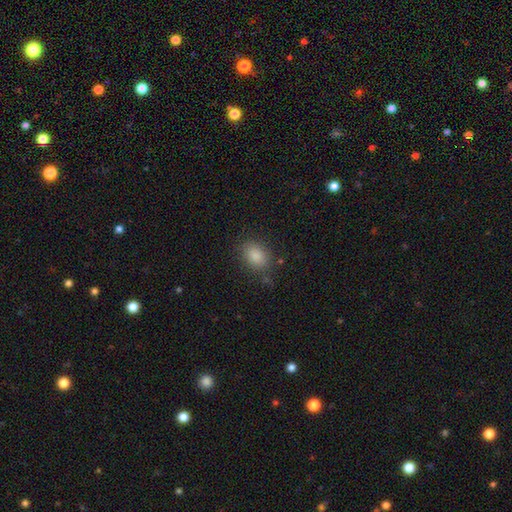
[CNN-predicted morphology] Q: Smooth or featured?
A: smooth (86%); runner-up: star or artifact (9%)
Q: How rounded?
A: in between (68%); runner-up: round (30%)
Q: Merging?
A: none (80%); runner-up: minor disturbance (13%)